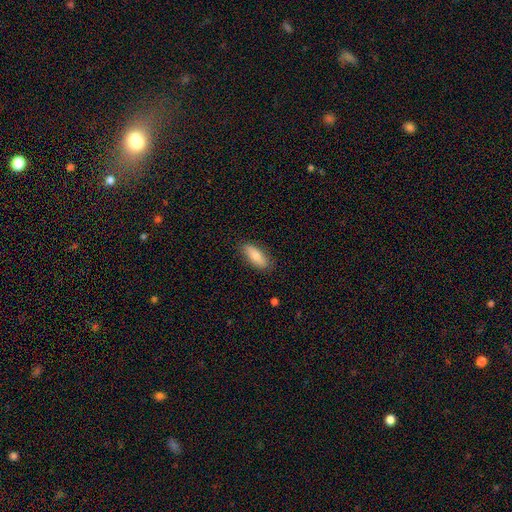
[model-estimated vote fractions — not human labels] smooth-or-featured: smooth: 78% | featured or disk: 15% | star or artifact: 6%
  how-rounded: in between: 71% | cigar-shaped: 27% | round: 2%
  merging: none: 85% | minor disturbance: 12% | major disturbance: 2% | merger: 1%